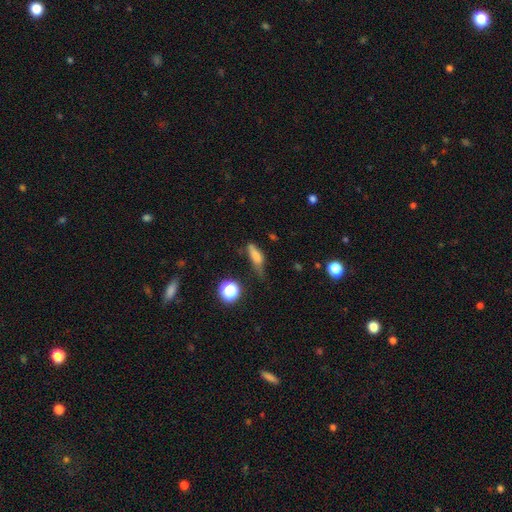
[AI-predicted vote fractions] Smooth or featured?
  - smooth: 69% *
  - featured or disk: 18%
  - star or artifact: 13%
How rounded?
  - in between: 48% *
  - cigar-shaped: 44%
  - round: 8%
Merging?
  - none: 42% *
  - minor disturbance: 38%
  - major disturbance: 17%
  - merger: 4%